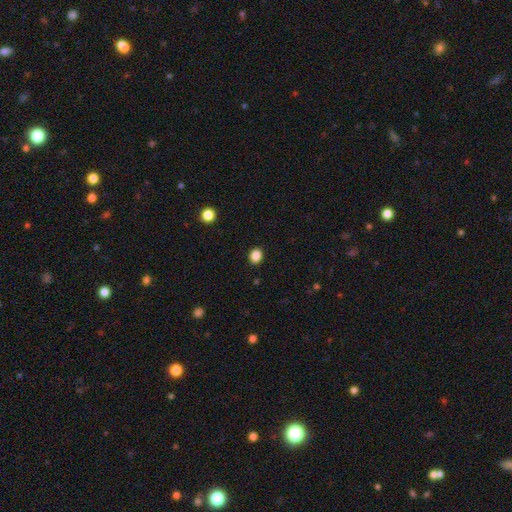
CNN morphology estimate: Smooth or featured? smooth (87%)
How rounded? round (57%)
Merging? none (91%)